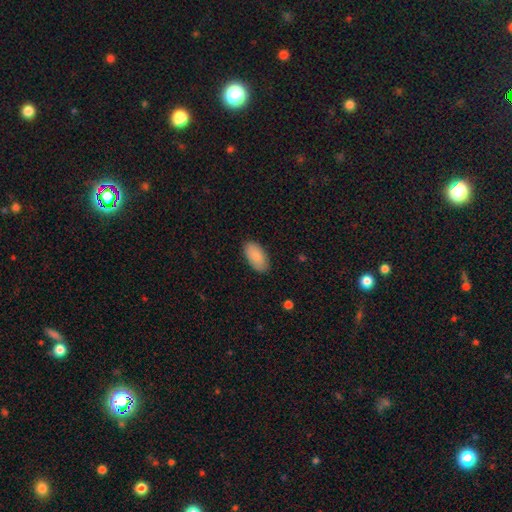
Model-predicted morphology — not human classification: A smooth galaxy with no disk features (89%) that is in between round and cigar-shaped (95%).

Vote fractions:
- Smooth or featured? smooth: 89% / star or artifact: 6% / featured or disk: 5%
- How rounded? in between: 95% / cigar-shaped: 3% / round: 2%
- Merging? none: 87% / minor disturbance: 10% / major disturbance: 2% / merger: 1%